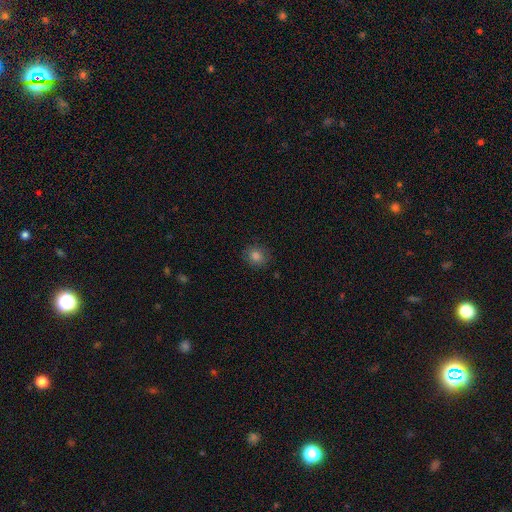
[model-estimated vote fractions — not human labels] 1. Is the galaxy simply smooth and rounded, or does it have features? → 83% smooth, 12% star or artifact, 6% featured or disk.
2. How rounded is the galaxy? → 70% round, 29% in between, 1% cigar-shaped.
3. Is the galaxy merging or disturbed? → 85% none, 11% minor disturbance, 3% major disturbance, 1% merger.